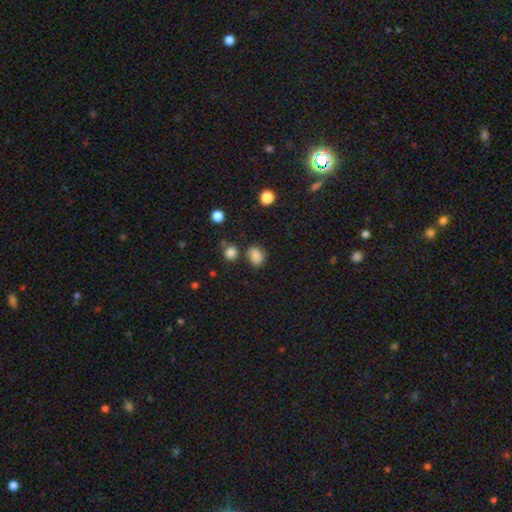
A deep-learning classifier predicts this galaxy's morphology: type=smooth (83%); roundness=in between (64%); merging=none (70%).